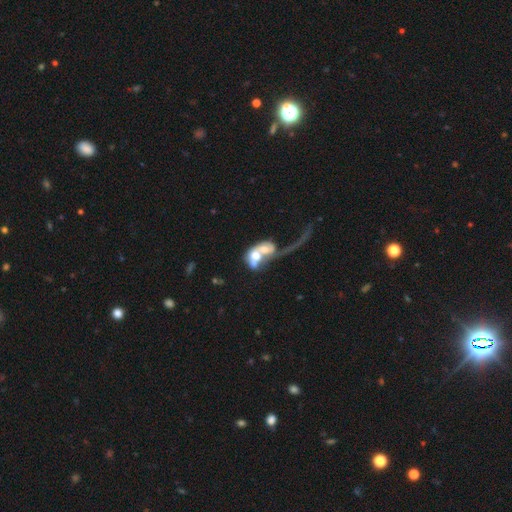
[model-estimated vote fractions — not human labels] Overall: featured or disk (55%; smooth 36%). Edge-on disk: no (94%). Bar: no (74%). Spiral arms: no (55%; yes 45%). Bulge size: moderate (37%; large 36%). Merging: merger (71%).